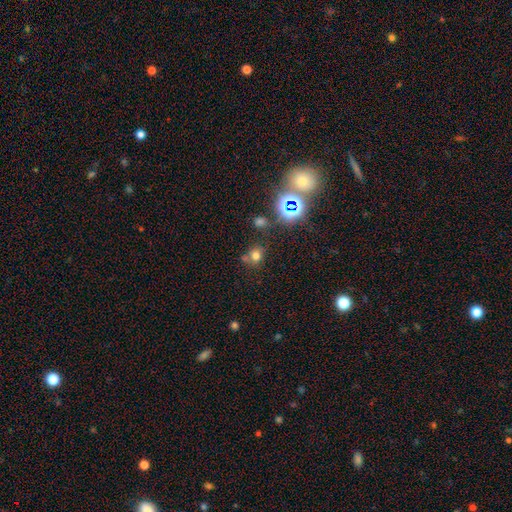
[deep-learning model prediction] Smooth or featured? smooth (64%)
How rounded? round (74%)
Merging? none (63%)